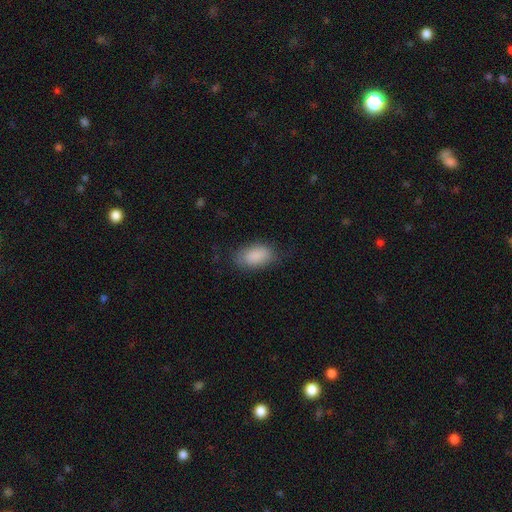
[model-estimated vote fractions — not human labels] A smooth galaxy with no disk features (87%) that is in between round and cigar-shaped (92%).

Vote fractions:
- Smooth or featured? smooth: 87% / featured or disk: 7% / star or artifact: 6%
- How rounded? in between: 92% / round: 6% / cigar-shaped: 2%
- Merging? none: 72% / minor disturbance: 20% / major disturbance: 6% / merger: 1%